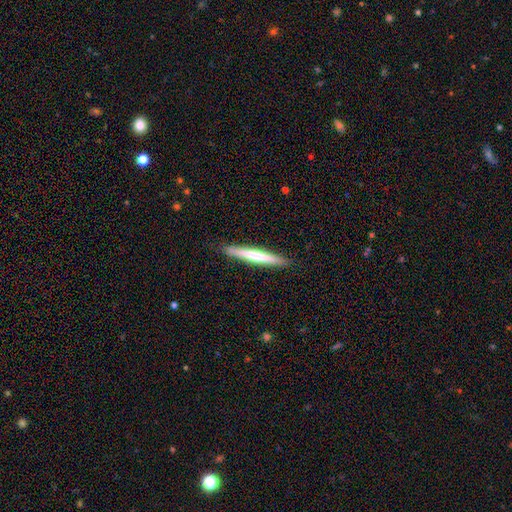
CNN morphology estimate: Q: Smooth or featured?
A: smooth (53%); runner-up: featured or disk (42%)
Q: How rounded?
A: cigar-shaped (96%); runner-up: in between (3%)
Q: Merging?
A: none (89%); runner-up: minor disturbance (8%)